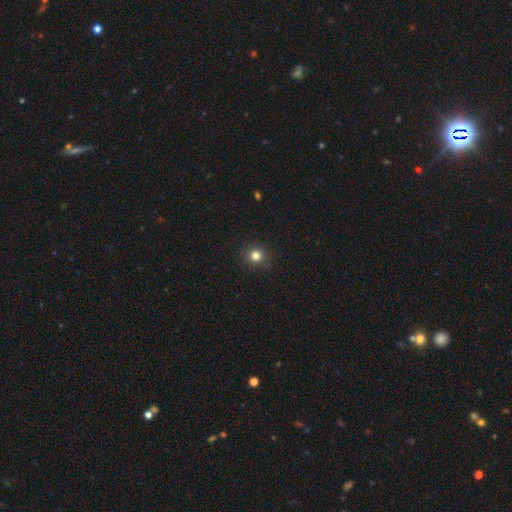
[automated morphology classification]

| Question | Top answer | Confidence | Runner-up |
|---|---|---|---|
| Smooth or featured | smooth | 79% | star or artifact (15%) |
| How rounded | round | 91% | in between (8%) |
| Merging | none | 91% | minor disturbance (6%) |